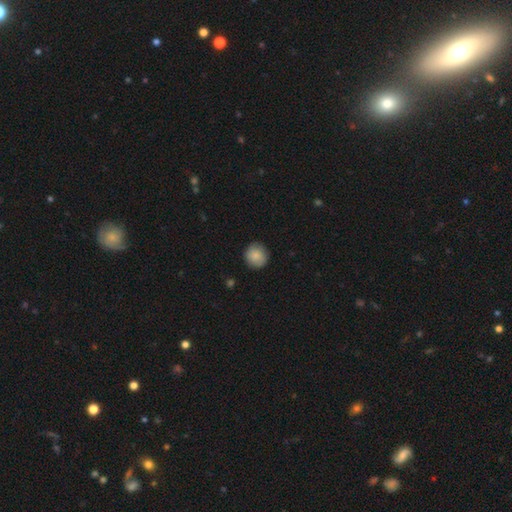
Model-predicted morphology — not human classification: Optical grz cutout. It shows a smooth galaxy with no disk features (86%) that is round (90%). Merging: none (86%).